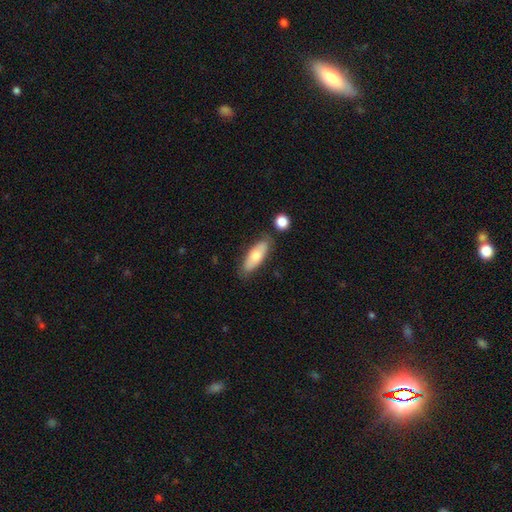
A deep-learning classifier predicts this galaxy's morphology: Smooth or featured? Predicted: smooth (p=0.66). How rounded? Predicted: in between (p=0.68). Merging? Predicted: none (p=0.78).